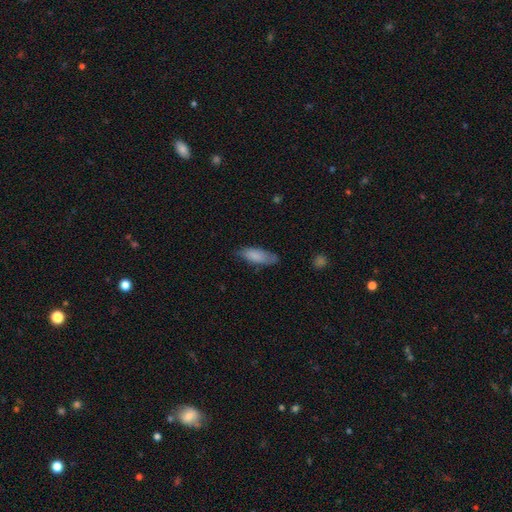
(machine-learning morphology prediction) A smooth galaxy with no disk features (81%) that is in between round and cigar-shaped (67%).

Vote fractions:
- Smooth or featured? smooth: 81% / featured or disk: 12% / star or artifact: 6%
- How rounded? in between: 67% / cigar-shaped: 32% / round: 2%
- Merging? none: 66% / minor disturbance: 26% / major disturbance: 6% / merger: 2%